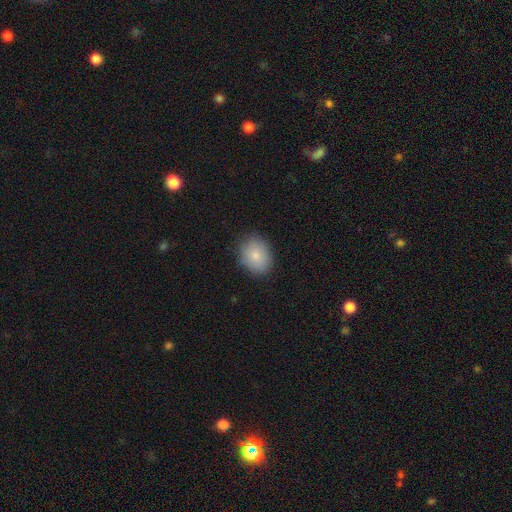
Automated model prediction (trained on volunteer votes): Smooth or featured? smooth (83%)
How rounded? in between (55%)
Merging? none (83%)